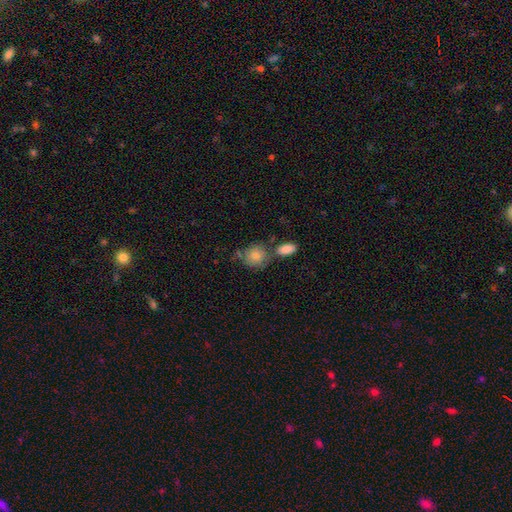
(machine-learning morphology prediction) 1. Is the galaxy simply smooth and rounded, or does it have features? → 82% smooth, 11% featured or disk, 7% star or artifact.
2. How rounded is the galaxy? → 74% round, 25% in between, 1% cigar-shaped.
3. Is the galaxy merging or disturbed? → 53% none, 23% merger, 18% minor disturbance, 6% major disturbance.